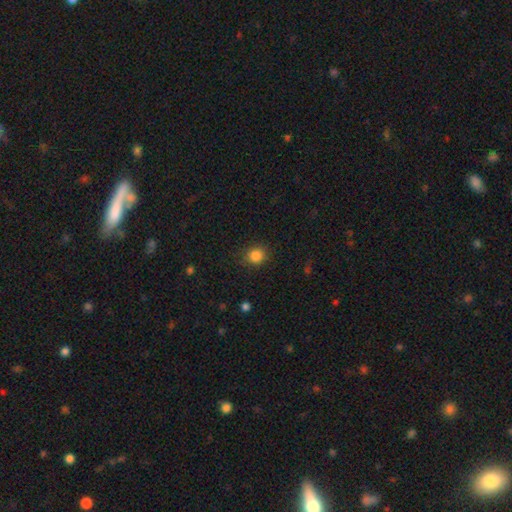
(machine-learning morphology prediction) This is clearly a smooth galaxy (85%). How rounded: clearly round (81%). Merging: clearly none (85%).